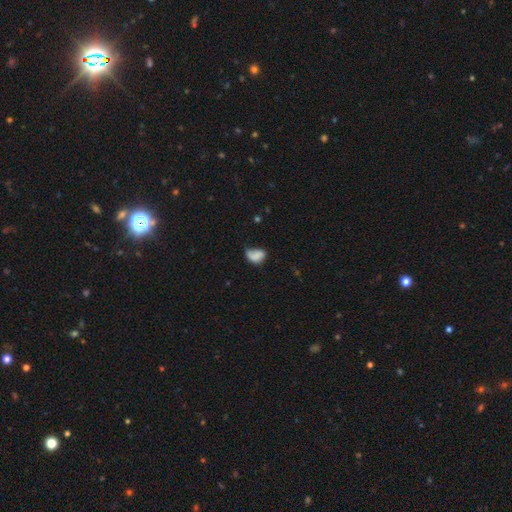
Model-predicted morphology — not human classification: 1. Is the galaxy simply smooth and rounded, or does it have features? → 70% smooth, 20% featured or disk, 10% star or artifact.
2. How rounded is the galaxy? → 81% in between, 17% round, 2% cigar-shaped.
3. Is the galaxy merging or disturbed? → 35% minor disturbance, 33% none, 24% major disturbance, 8% merger.